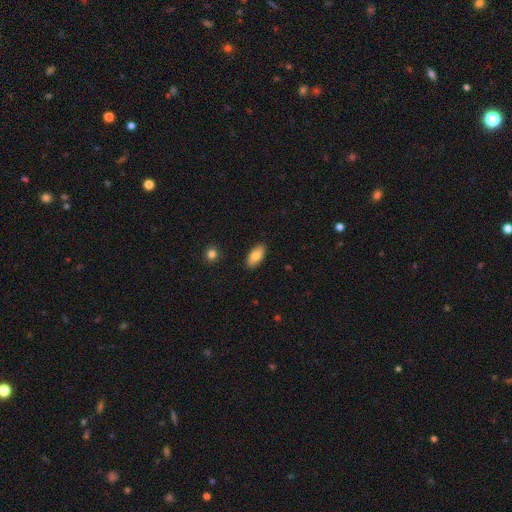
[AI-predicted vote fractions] Smooth or featured?
  - smooth: 83% *
  - featured or disk: 10%
  - star or artifact: 7%
How rounded?
  - in between: 91% *
  - cigar-shaped: 7%
  - round: 2%
Merging?
  - none: 88% *
  - minor disturbance: 9%
  - major disturbance: 2%
  - merger: 1%